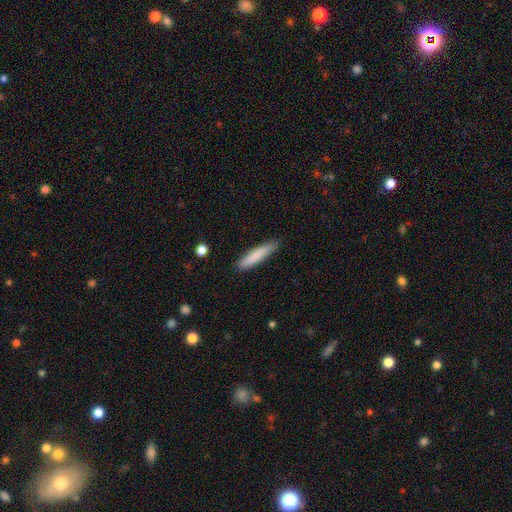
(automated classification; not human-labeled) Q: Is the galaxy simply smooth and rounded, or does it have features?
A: smooth — 82%.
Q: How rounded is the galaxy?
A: cigar-shaped — 89%.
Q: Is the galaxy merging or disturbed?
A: none — 87%.